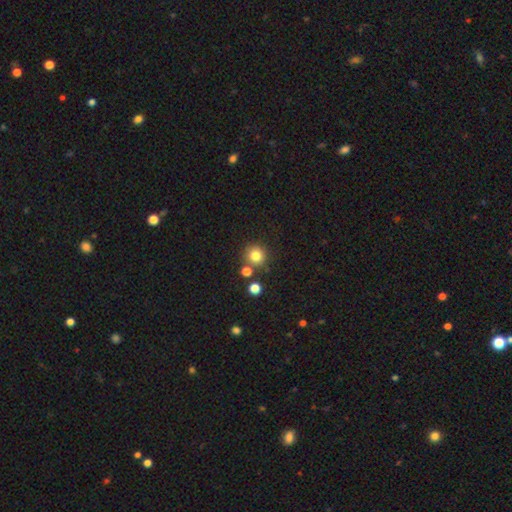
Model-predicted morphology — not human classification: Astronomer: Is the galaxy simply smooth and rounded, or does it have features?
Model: smooth — 80%.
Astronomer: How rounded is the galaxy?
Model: round — 92%.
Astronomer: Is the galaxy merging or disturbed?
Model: none — 77%.